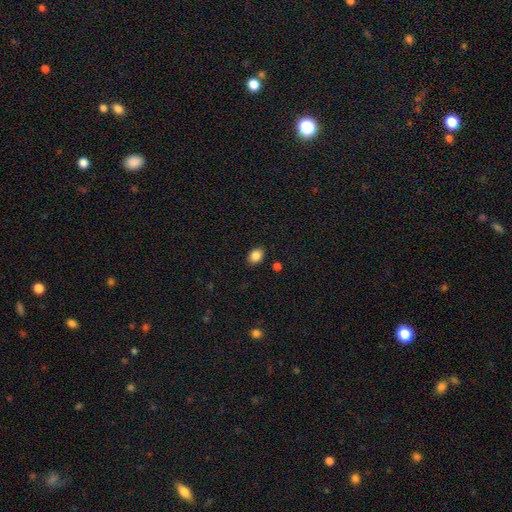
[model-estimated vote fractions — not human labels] A smooth galaxy with no disk features (86%) that is in between round and cigar-shaped (64%). Merging: none (88%).